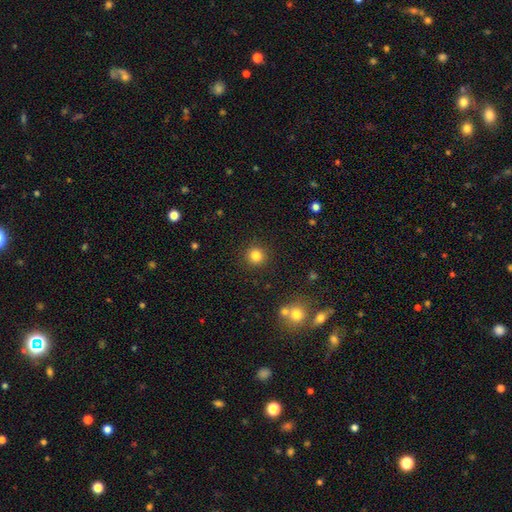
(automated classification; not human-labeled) This appears to be a smooth galaxy with no disk features (83%) that is round (93%). Merging: none (90%).